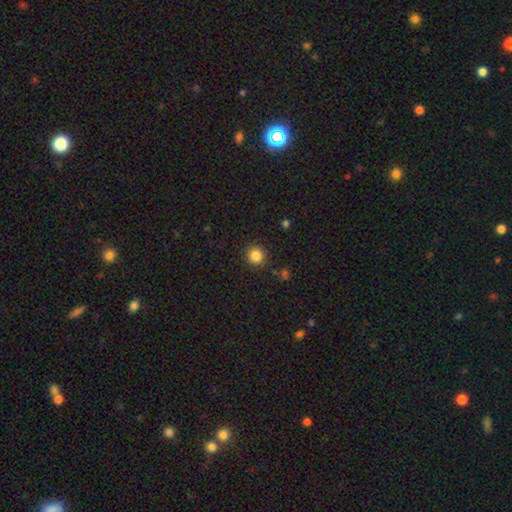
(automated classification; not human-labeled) smooth-or-featured: smooth: 85% | star or artifact: 11% | featured or disk: 4%
  how-rounded: round: 93% | in between: 6% | cigar-shaped: 1%
  merging: none: 90% | minor disturbance: 6% | major disturbance: 2% | merger: 2%